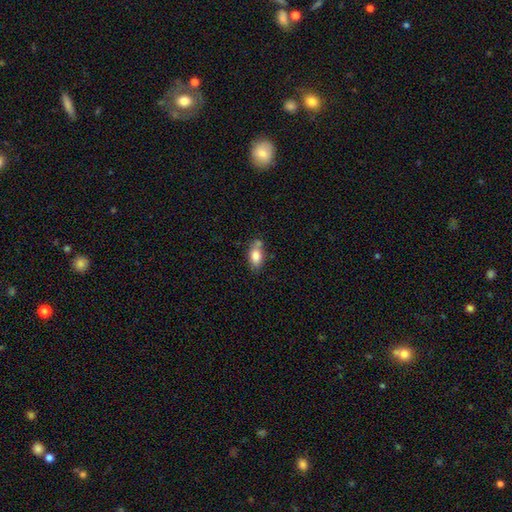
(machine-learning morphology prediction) Smooth or featured? Predicted: smooth (p=0.81). How rounded? Predicted: in between (p=0.86). Merging? Predicted: none (p=0.55).